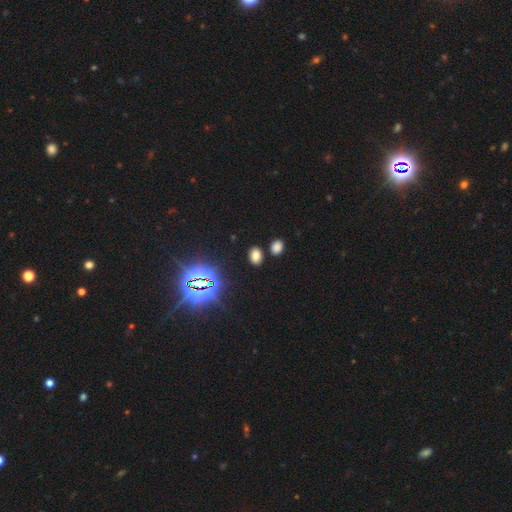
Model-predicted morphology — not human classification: smooth 69%, star or artifact 24%, featured or disk 6%. Down the decision tree: how rounded — in between (80%); merging — none (84%).